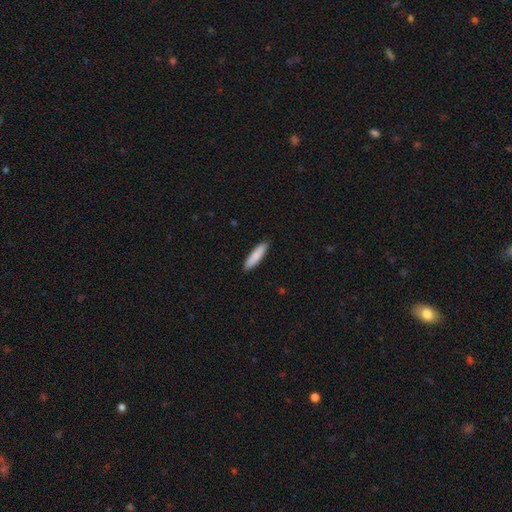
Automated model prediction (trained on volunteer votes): Smooth or featured? smooth (86%)
How rounded? cigar-shaped (78%)
Merging? none (90%)